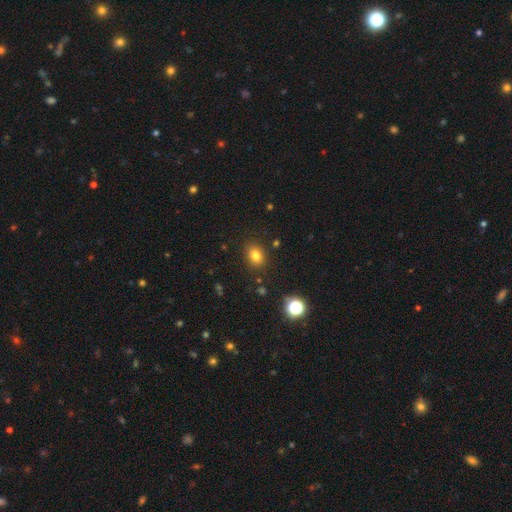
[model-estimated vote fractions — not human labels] Smooth or featured? smooth (78%)
How rounded? in between (53%)
Merging? none (85%)